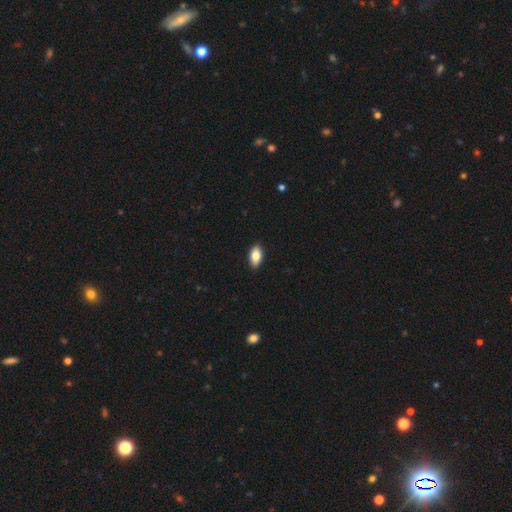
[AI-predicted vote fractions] Smooth or featured? Predicted: smooth (p=0.83). How rounded? Predicted: in between (p=0.92). Merging? Predicted: none (p=0.90).